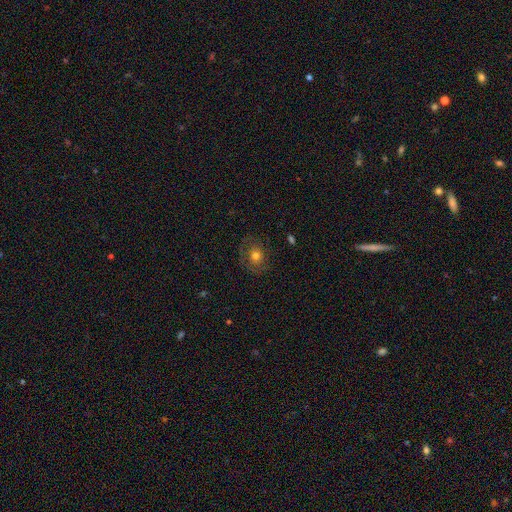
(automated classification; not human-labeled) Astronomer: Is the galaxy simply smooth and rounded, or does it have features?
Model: smooth — 60%.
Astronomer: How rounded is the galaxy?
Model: round — 68%.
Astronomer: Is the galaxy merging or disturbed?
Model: none — 75%.